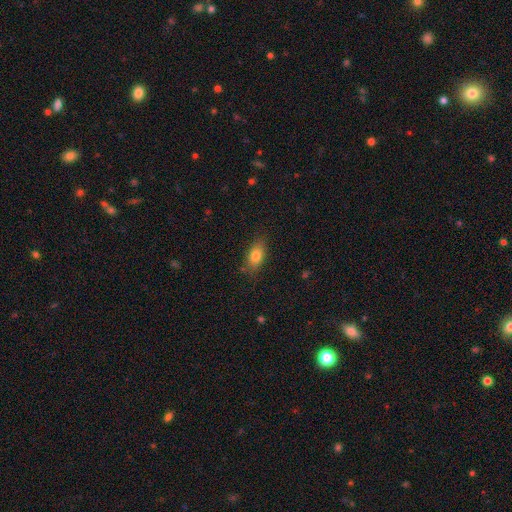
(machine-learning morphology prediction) smooth 79%, featured or disk 12%, star or artifact 9%. Down the decision tree: how rounded — in between (84%); merging — none (81%).